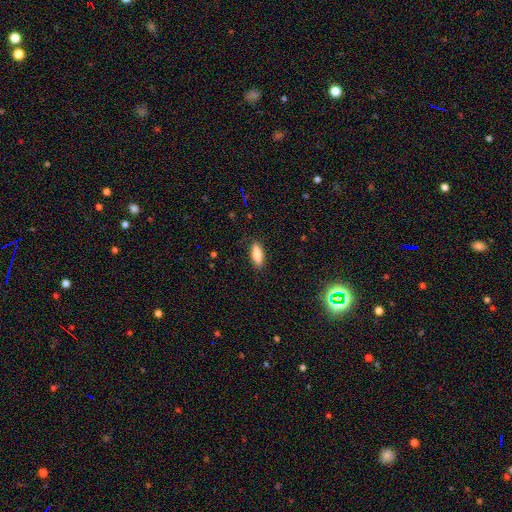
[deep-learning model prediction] Smooth or featured? smooth (84%)
How rounded? in between (64%)
Merging? none (85%)